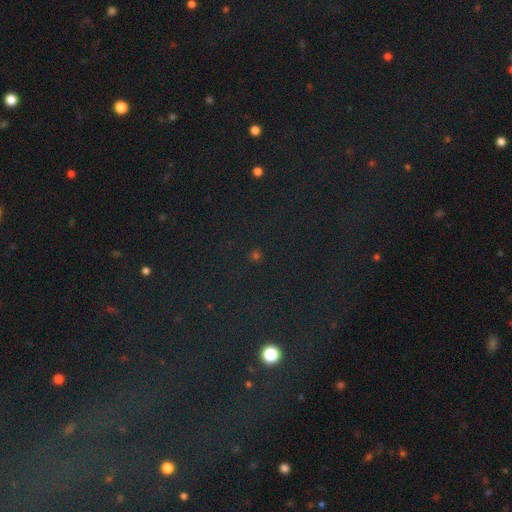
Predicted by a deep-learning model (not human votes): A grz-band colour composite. It shows a star or artifact, not a galaxy (62%).